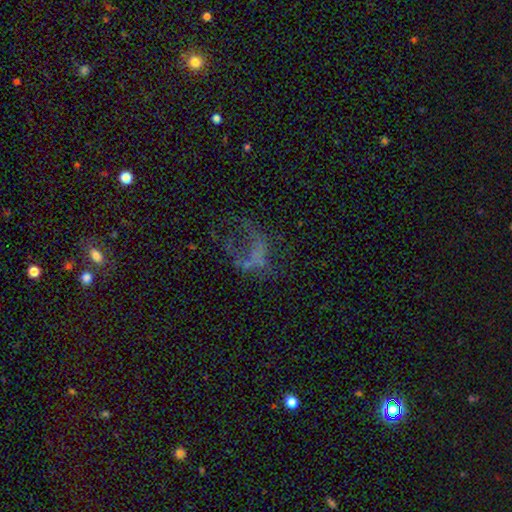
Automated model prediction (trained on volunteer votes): Overall: featured or disk (46%; star or artifact 28%). Merging: major disturbance (45%; none 35%).